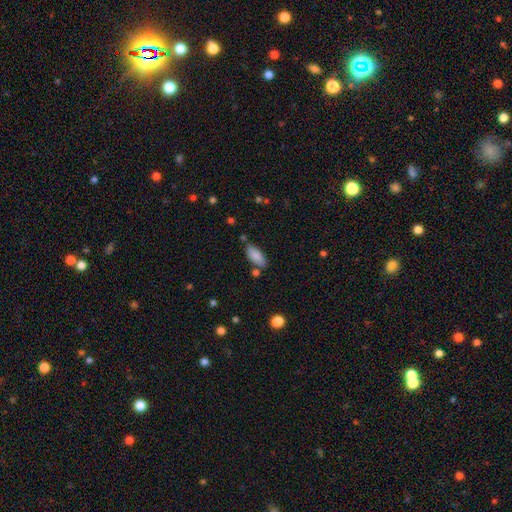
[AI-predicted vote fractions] Smooth or featured? smooth (86%)
How rounded? in between (81%)
Merging? none (72%)